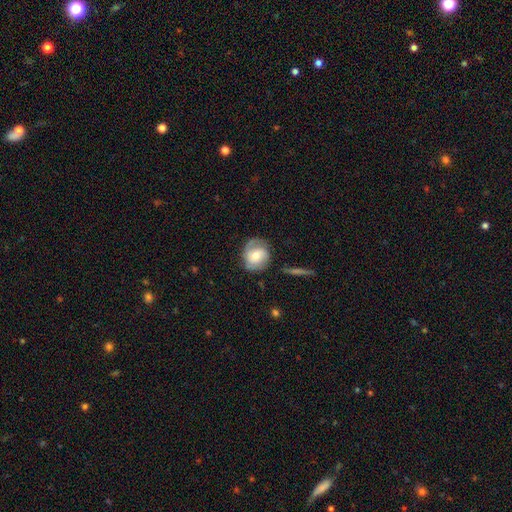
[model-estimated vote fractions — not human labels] The model was most divided on "spiral winding": tight: 47%, medium: 38%, loose: 15%. More confident: edge-on disk — no (97%); spiral arms — yes (90%); merging — none (72%); smooth or featured — featured or disk (67%); bulge size — moderate (66%); spiral arm count — 2 (63%); bar — no (61%).